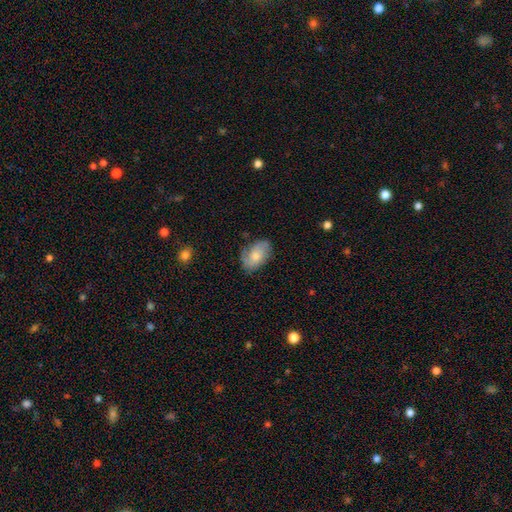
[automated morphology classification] smooth_or_featured: smooth (p=0.56) [alt: featured or disk p=0.37]
how_rounded: in between (p=0.89) [alt: round p=0.09]
merging: none (p=0.70) [alt: minor disturbance p=0.23]